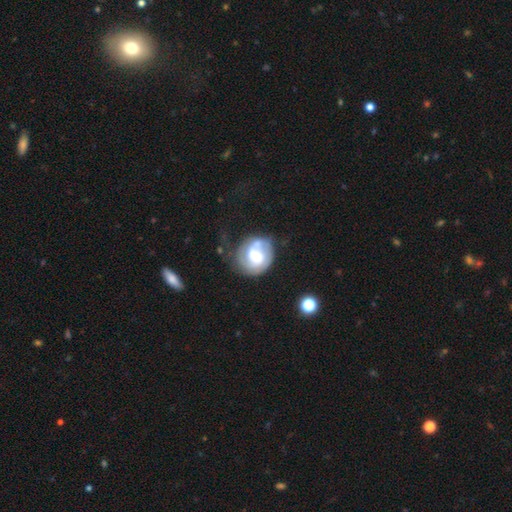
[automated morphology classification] featured or disk 61%, smooth 32%, star or artifact 7%. Down the decision tree: edge-on disk — no (98%); bar — no (56%); spiral arms — yes (74%); bulge size — large (38%); merging — none (43%).